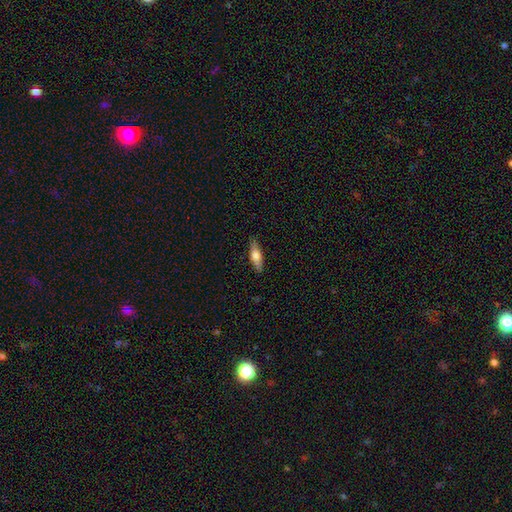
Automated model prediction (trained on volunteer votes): Smooth or featured? smooth (59%)
How rounded? cigar-shaped (55%)
Merging? none (87%)